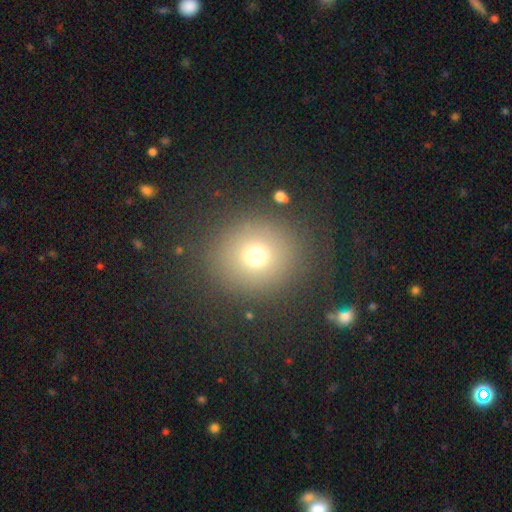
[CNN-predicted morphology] Overall: smooth (70%). How rounded: round (89%). Merging: none (84%).